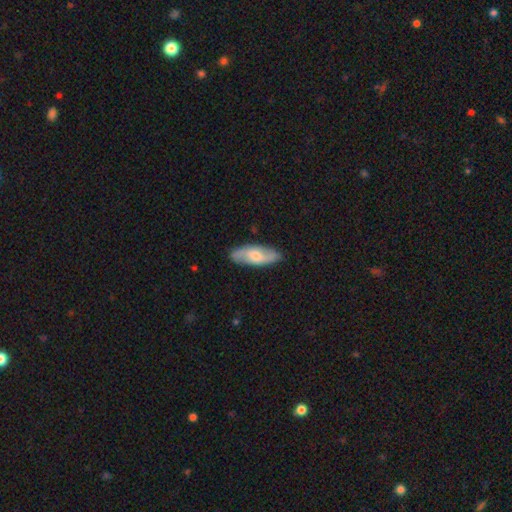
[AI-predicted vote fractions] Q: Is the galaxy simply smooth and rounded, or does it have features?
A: smooth — 54%.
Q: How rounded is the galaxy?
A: in between — 70%.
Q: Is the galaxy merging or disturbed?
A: none — 86%.